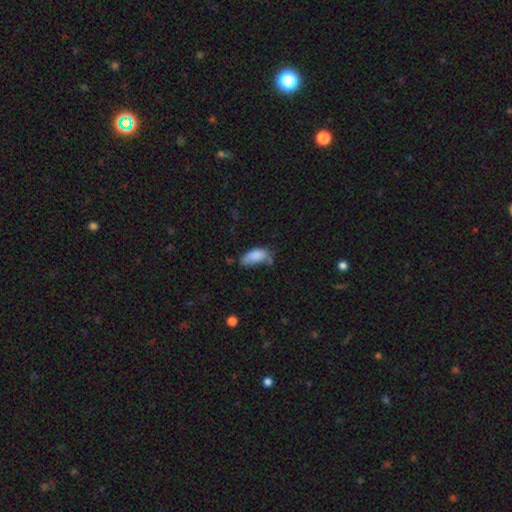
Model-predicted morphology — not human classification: Smooth or featured? Predicted: smooth (p=0.83). How rounded? Predicted: in between (p=0.91). Merging? Predicted: minor disturbance (p=0.39).